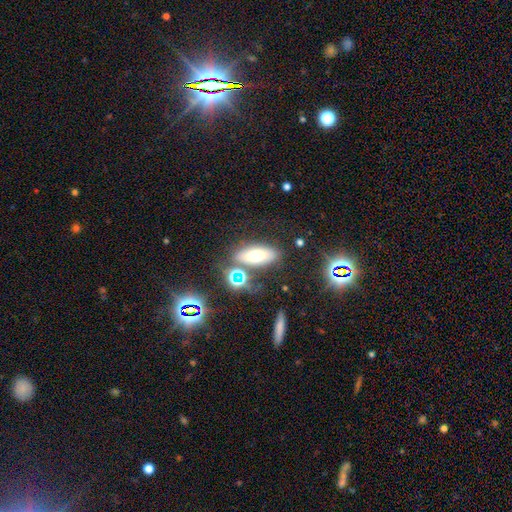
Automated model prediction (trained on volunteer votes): Overall: smooth (60%; featured or disk 22%). How rounded: in between (71%). Merging: none (74%).